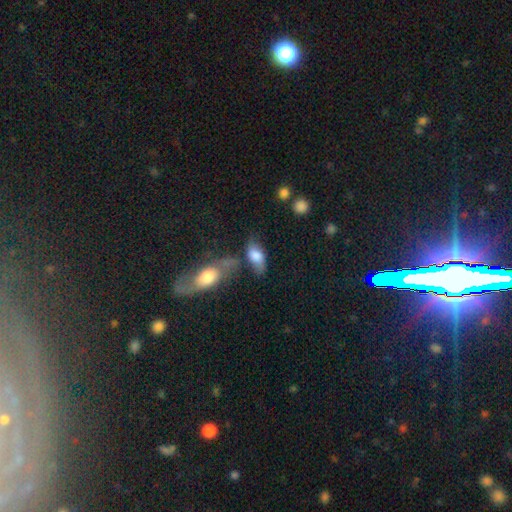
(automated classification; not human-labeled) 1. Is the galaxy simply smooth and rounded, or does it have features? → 68% smooth, 23% featured or disk, 8% star or artifact.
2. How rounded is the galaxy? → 87% in between, 7% cigar-shaped, 6% round.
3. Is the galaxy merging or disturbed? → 42% none, 27% merger, 19% minor disturbance, 12% major disturbance.